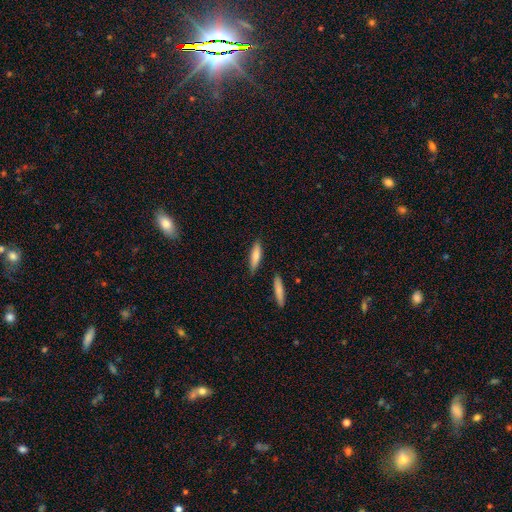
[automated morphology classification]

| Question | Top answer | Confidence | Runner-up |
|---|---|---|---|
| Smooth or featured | smooth | 79% | featured or disk (15%) |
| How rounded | cigar-shaped | 64% | in between (34%) |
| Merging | none | 83% | minor disturbance (11%) |